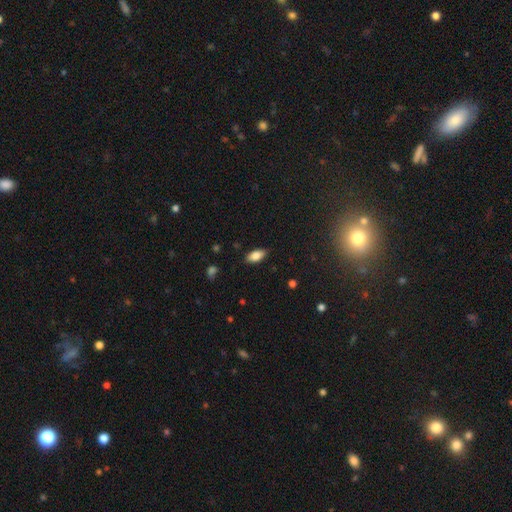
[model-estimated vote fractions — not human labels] Q: Smooth or featured?
A: smooth (82%); runner-up: featured or disk (10%)
Q: How rounded?
A: in between (88%); runner-up: cigar-shaped (9%)
Q: Merging?
A: none (86%); runner-up: minor disturbance (11%)